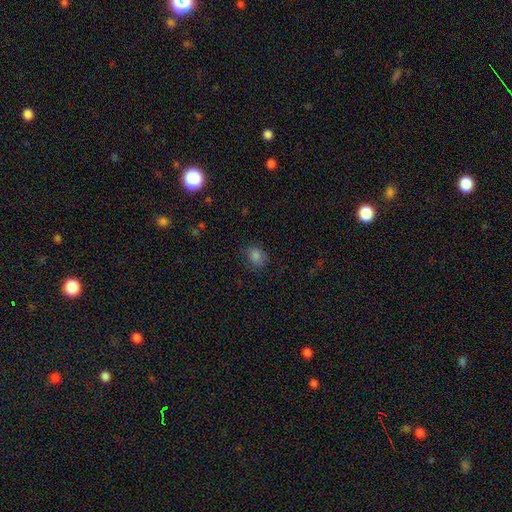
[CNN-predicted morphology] The model was most divided on "how rounded": round: 53%, in between: 46%, cigar-shaped: 1%. More confident: smooth or featured — smooth (79%); merging — none (76%).